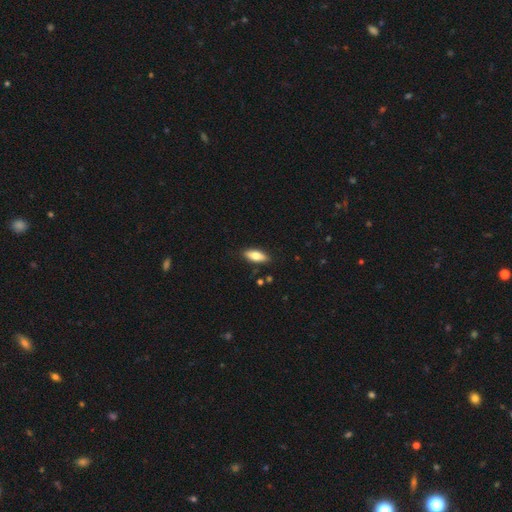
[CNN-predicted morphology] Overall: smooth (74%). How rounded: in between (77%). Merging: none (87%).